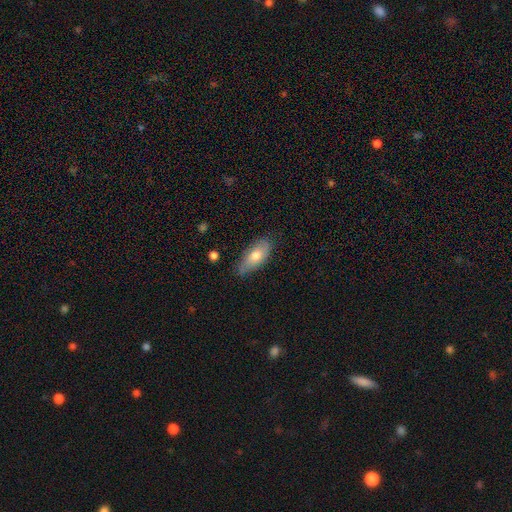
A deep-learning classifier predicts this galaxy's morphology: This is likely a smooth galaxy (72%). How rounded: clearly in between (84%). Merging: likely none (73%).